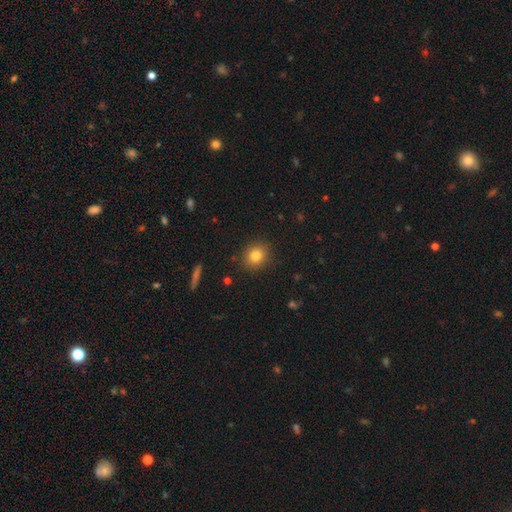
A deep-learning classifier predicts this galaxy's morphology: smooth 82%, star or artifact 11%, featured or disk 7%. Down the decision tree: how rounded — round (72%); merging — none (89%).